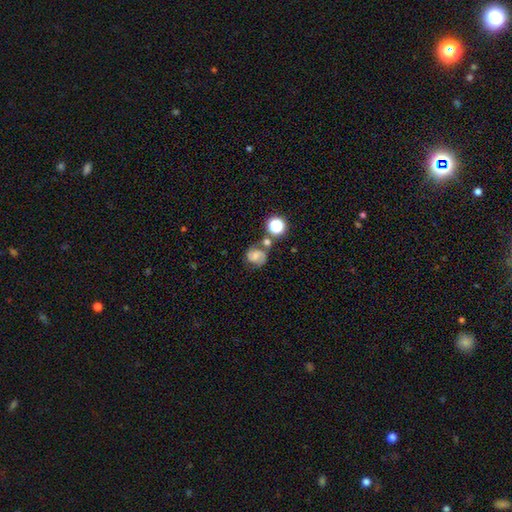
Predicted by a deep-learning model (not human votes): This appears to be a featured or disk galaxy (64%) with no bar (46%), 2 (87%) medium (53%) spiral arms (93%) and a small central bulge (41%). Merging: none (59%).